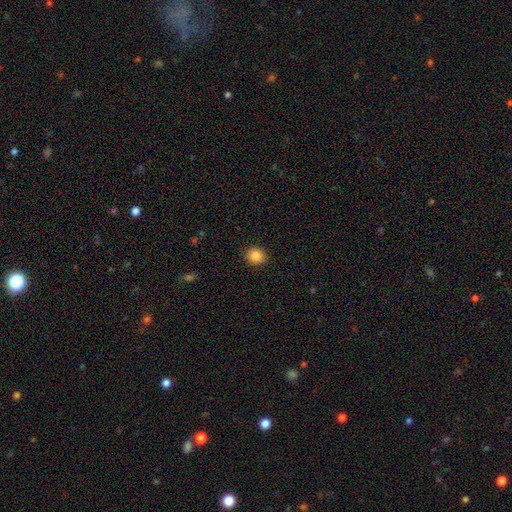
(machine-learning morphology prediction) Q: Smooth or featured?
A: smooth (85%); runner-up: star or artifact (9%)
Q: How rounded?
A: round (73%); runner-up: in between (26%)
Q: Merging?
A: none (90%); runner-up: minor disturbance (7%)